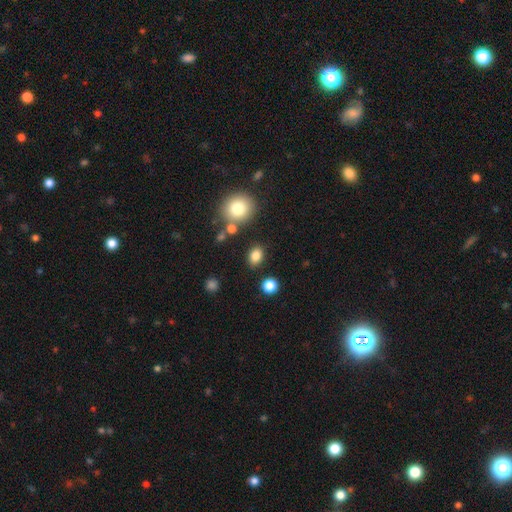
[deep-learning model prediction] Morphology: type=smooth (83%); roundness=in between (69%); merging=none (83%).